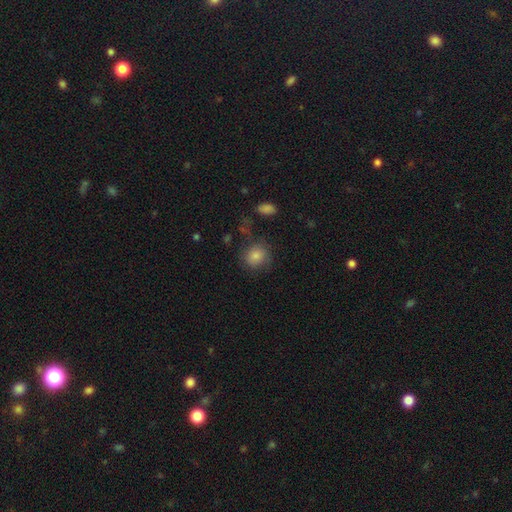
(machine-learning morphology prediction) smooth-or-featured: smooth: 82% | star or artifact: 9% | featured or disk: 9%
  how-rounded: round: 77% | in between: 22% | cigar-shaped: 1%
  merging: none: 71% | minor disturbance: 17% | major disturbance: 8% | merger: 4%